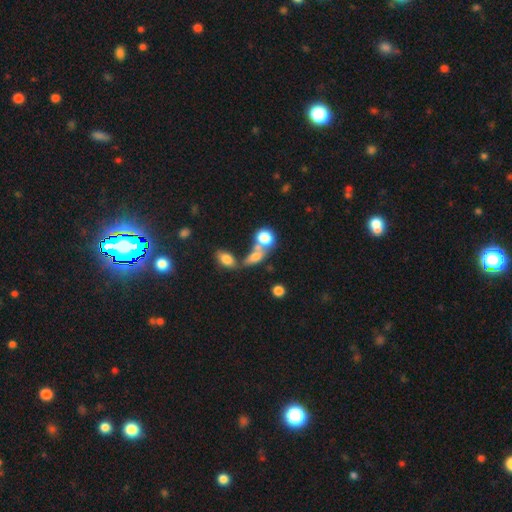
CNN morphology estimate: A smooth galaxy with no disk features (67%) that is in between round and cigar-shaped (64%). Merging: merger (55%).